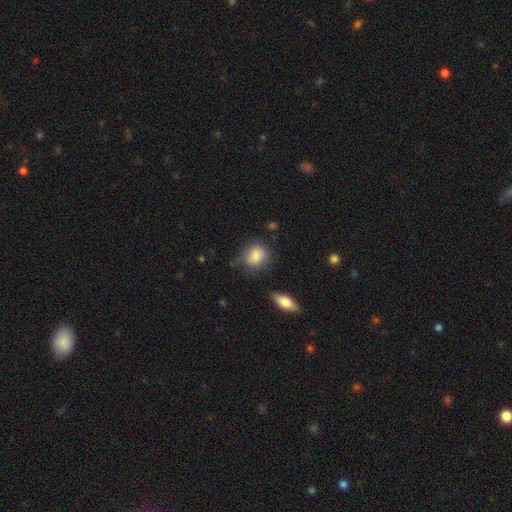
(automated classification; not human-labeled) Smooth or featured?
  - smooth: 86% *
  - star or artifact: 7%
  - featured or disk: 7%
How rounded?
  - round: 60% *
  - in between: 38%
  - cigar-shaped: 2%
Merging?
  - none: 70% *
  - minor disturbance: 20%
  - major disturbance: 5%
  - merger: 4%